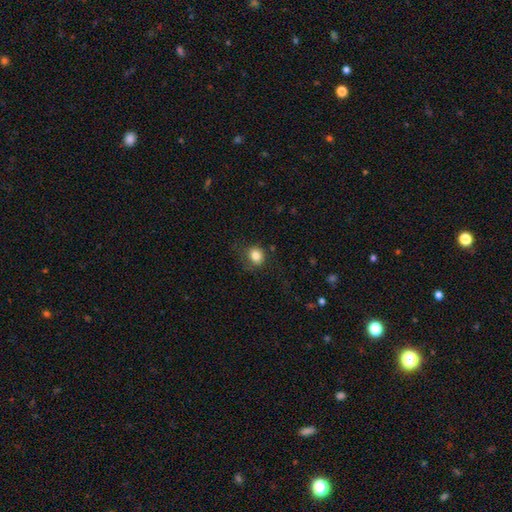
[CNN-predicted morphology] Smooth or featured? smooth (82%)
How rounded? round (74%)
Merging? none (72%)